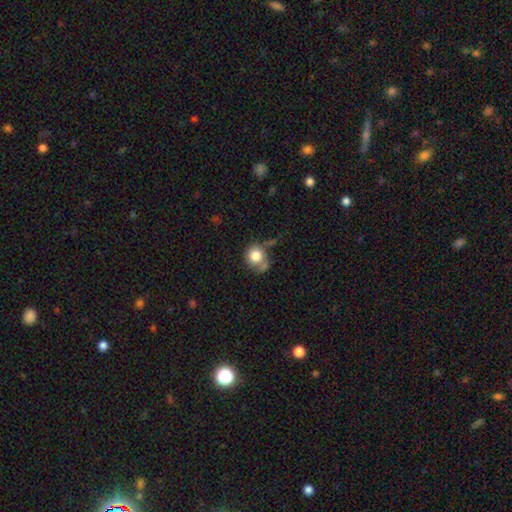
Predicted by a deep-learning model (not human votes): This appears to be a smooth galaxy with no disk features (80%) that is round (82%). Merging: none (50%).